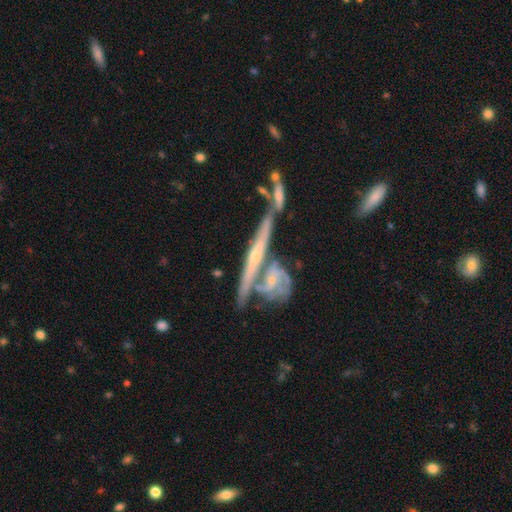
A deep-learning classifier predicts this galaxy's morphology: smooth_or_featured: featured or disk (p=0.78) [alt: smooth p=0.15]
disk_edge_on: yes (p=0.76) [alt: no p=0.24]
edge_on_bulge: rounded (p=0.55) [alt: none p=0.39]
merging: none (p=0.42) [alt: merger p=0.39]